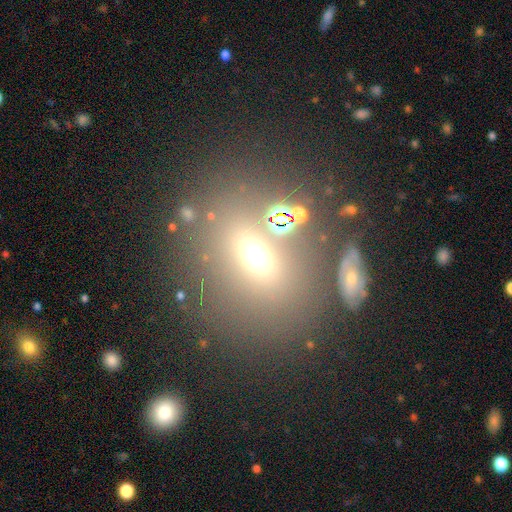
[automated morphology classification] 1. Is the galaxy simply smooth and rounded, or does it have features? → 58% smooth, 25% star or artifact, 17% featured or disk.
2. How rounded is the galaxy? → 55% in between, 42% round, 4% cigar-shaped.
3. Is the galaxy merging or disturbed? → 67% none, 14% merger, 11% minor disturbance, 7% major disturbance.